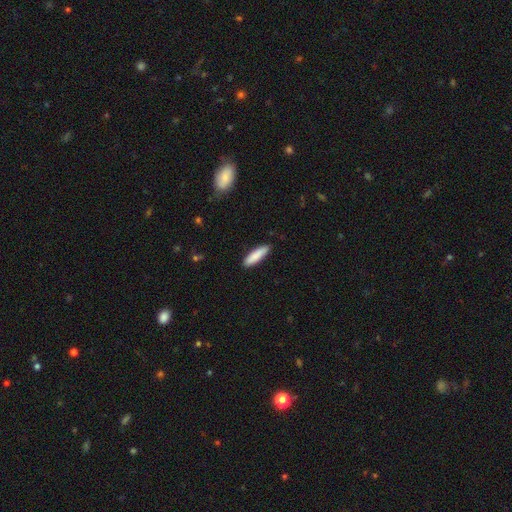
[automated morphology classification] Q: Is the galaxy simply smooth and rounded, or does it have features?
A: smooth — 86%.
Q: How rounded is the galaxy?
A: cigar-shaped — 66%.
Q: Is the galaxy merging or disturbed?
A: none — 89%.